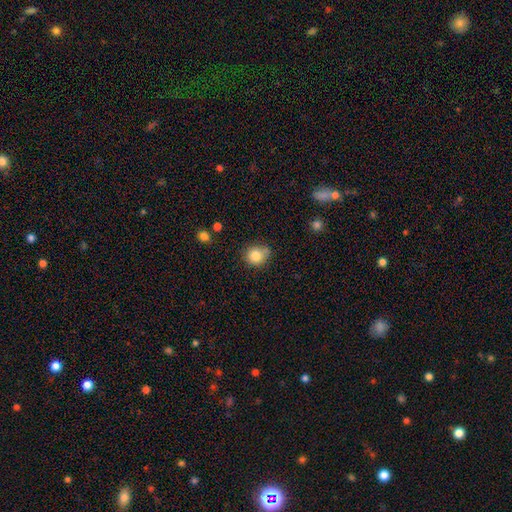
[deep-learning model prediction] Overall: smooth (82%). How rounded: round (83%). Merging: none (68%).